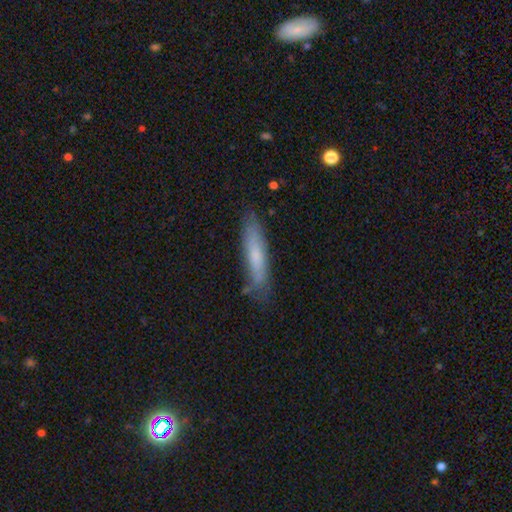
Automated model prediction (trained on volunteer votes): This is likely a smooth galaxy (67%). How rounded: clearly cigar-shaped (83%). Merging: likely none (77%).